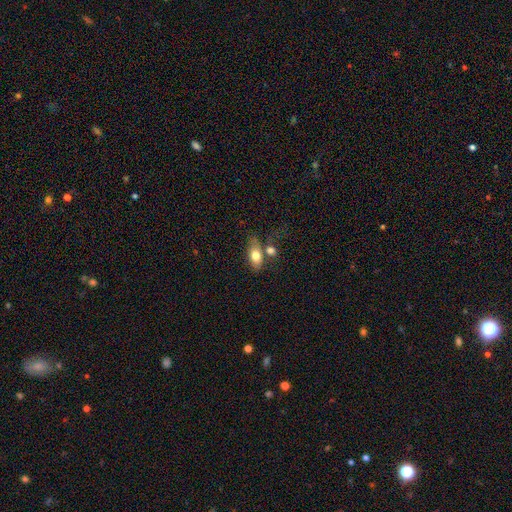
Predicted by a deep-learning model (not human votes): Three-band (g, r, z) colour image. It shows a smooth galaxy with no disk features (73%) that is in between round and cigar-shaped (82%). Merging: none (50%).